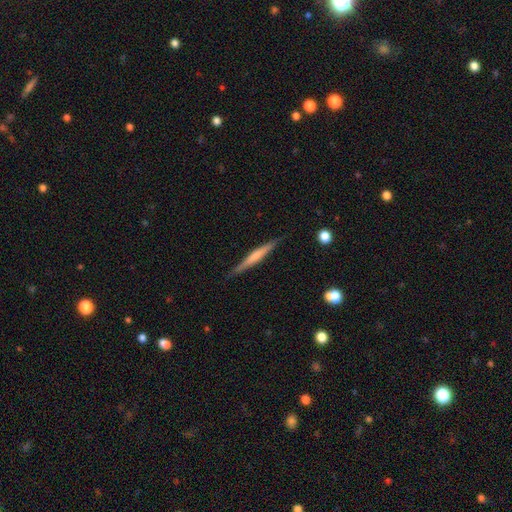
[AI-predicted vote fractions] Smooth or featured? Predicted: featured or disk (p=0.54). Edge-on disk? Predicted: yes (p=0.97). Edge-on bulge? Predicted: none (p=0.47). Merging? Predicted: none (p=0.88).